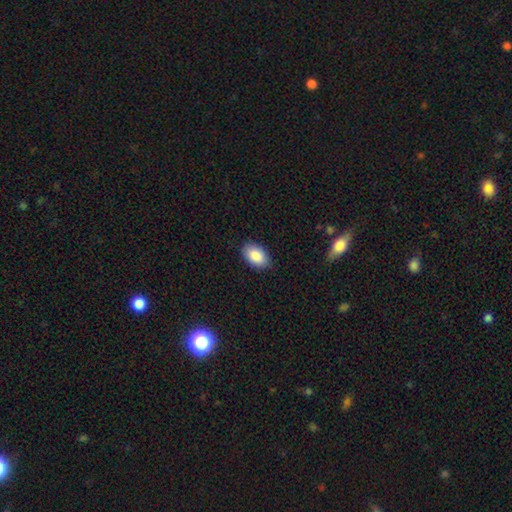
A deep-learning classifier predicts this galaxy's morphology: This appears to be a smooth galaxy with no disk features (89%) that is in between round and cigar-shaped (93%). Merging: none (87%).